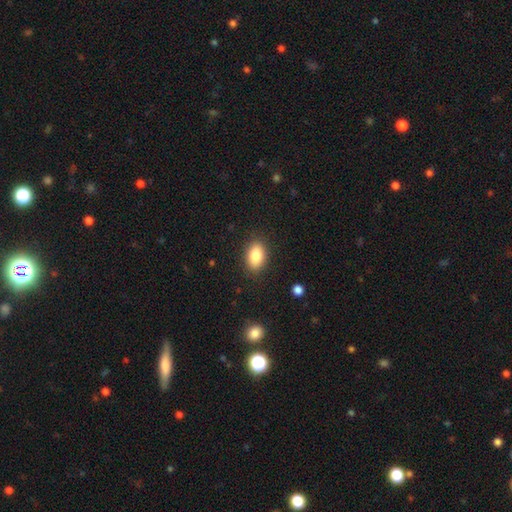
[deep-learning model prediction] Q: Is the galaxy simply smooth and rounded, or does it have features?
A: smooth — 85%.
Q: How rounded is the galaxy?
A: in between — 89%.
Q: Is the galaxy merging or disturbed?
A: none — 88%.